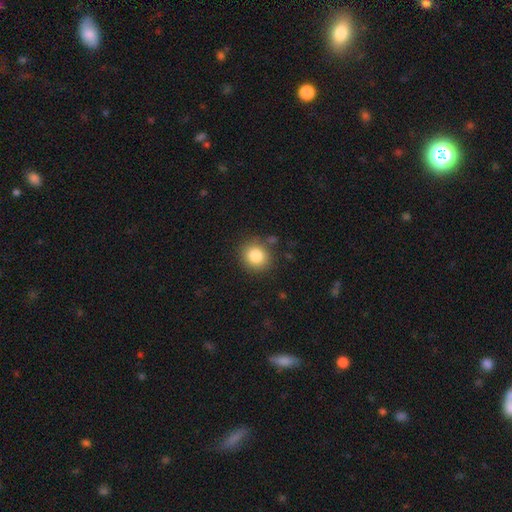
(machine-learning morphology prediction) A smooth galaxy with no disk features (83%) that is round (84%).

Vote fractions:
- Smooth or featured? smooth: 83% / star or artifact: 10% / featured or disk: 7%
- How rounded? round: 84% / in between: 16% / cigar-shaped: 1%
- Merging? none: 85% / minor disturbance: 9% / major disturbance: 3% / merger: 3%